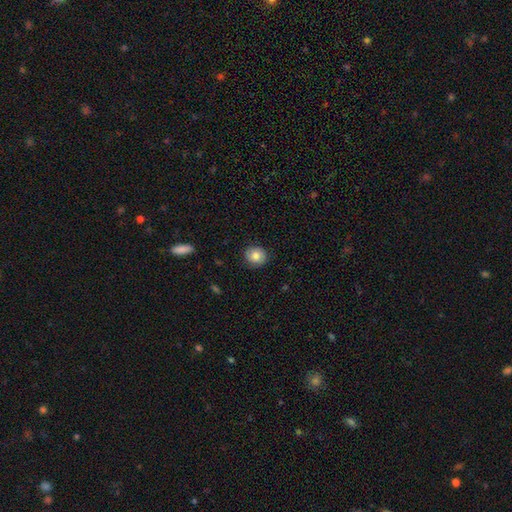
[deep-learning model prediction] Smooth or featured? Predicted: smooth (p=0.80). How rounded? Predicted: round (p=0.81). Merging? Predicted: none (p=0.86).